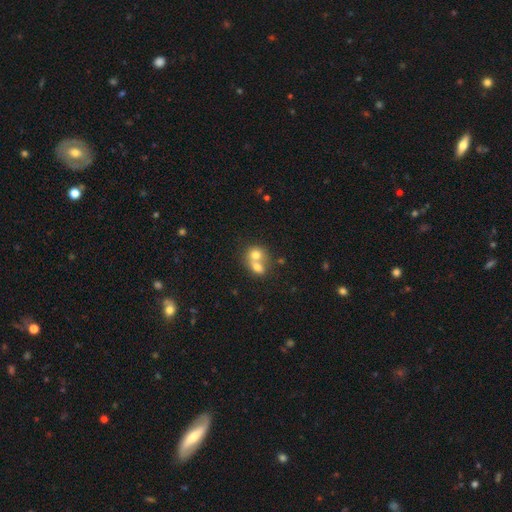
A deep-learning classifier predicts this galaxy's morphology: A smooth galaxy with no disk features (68%) that is round (65%).

Vote fractions:
- Smooth or featured? smooth: 68% / featured or disk: 22% / star or artifact: 10%
- How rounded? round: 65% / in between: 34% / cigar-shaped: 1%
- Merging? merger: 72% / none: 20% / minor disturbance: 5% / major disturbance: 3%